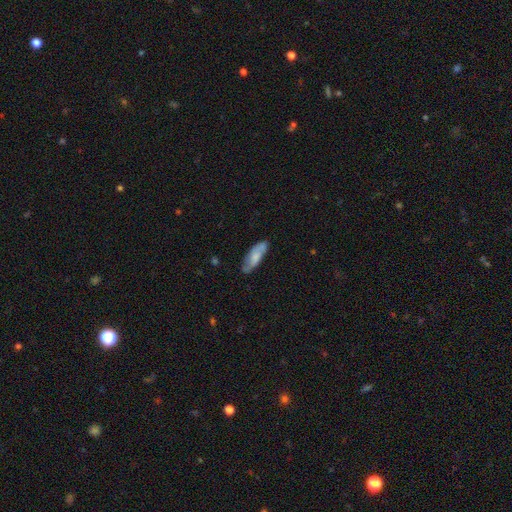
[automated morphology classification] A smooth galaxy with no disk features (56%) that is in between round and cigar-shaped (60%).

Vote fractions:
- Smooth or featured? smooth: 56% / featured or disk: 38% / star or artifact: 6%
- How rounded? in between: 60% / cigar-shaped: 38% / round: 2%
- Merging? none: 78% / minor disturbance: 17% / major disturbance: 3% / merger: 2%